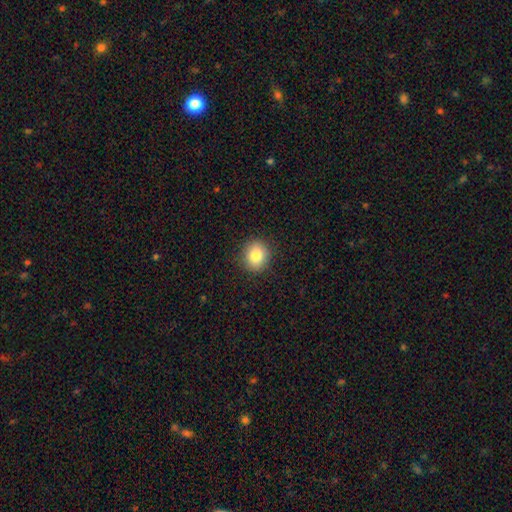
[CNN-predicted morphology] Smooth or featured? smooth (83%)
How rounded? round (81%)
Merging? none (90%)